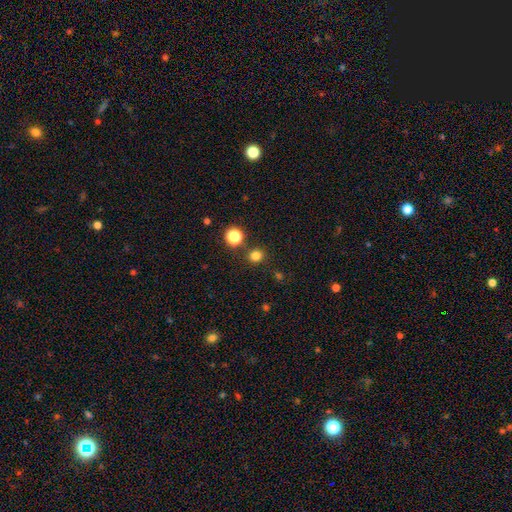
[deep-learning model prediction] Q: Smooth or featured?
A: smooth (79%); runner-up: star or artifact (17%)
Q: How rounded?
A: round (87%); runner-up: in between (12%)
Q: Merging?
A: none (84%); runner-up: minor disturbance (7%)